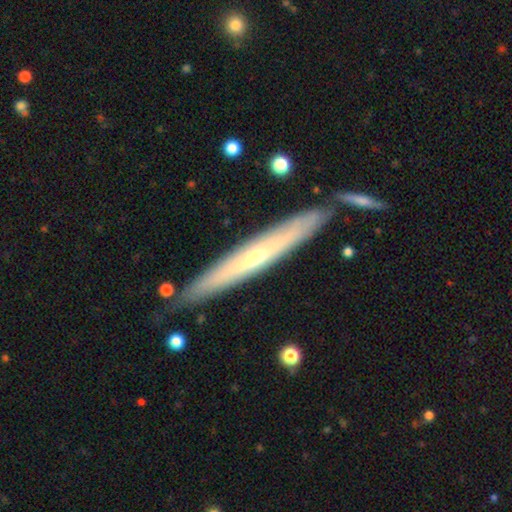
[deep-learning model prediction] A featured or disk galaxy (62%) viewed edge-on (87%) with a rounded central bulge (63%). Merging: none (83%).